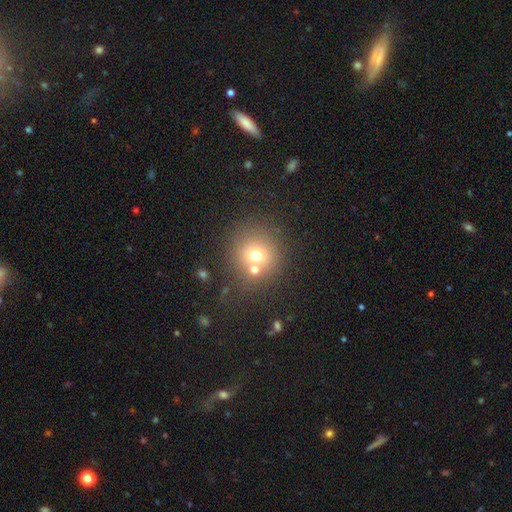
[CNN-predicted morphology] Smooth or featured: smooth — 68% (featured or disk — 16%)
How rounded: round — 90% (in between — 9%)
Merging: none — 58% (merger — 30%)